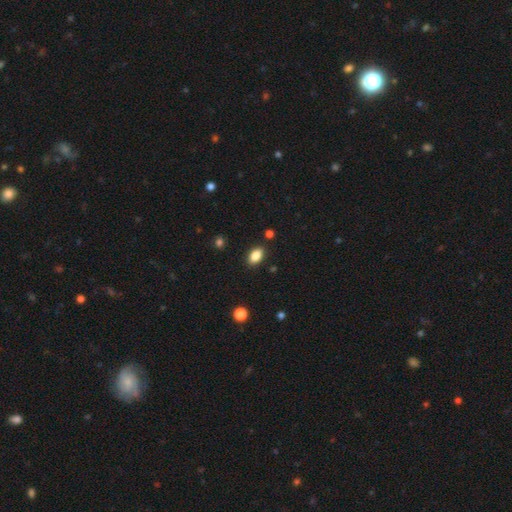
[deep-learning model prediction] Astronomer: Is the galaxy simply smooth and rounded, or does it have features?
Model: smooth — 86%.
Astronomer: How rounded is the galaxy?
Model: in between — 89%.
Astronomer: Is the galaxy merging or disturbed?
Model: none — 87%.